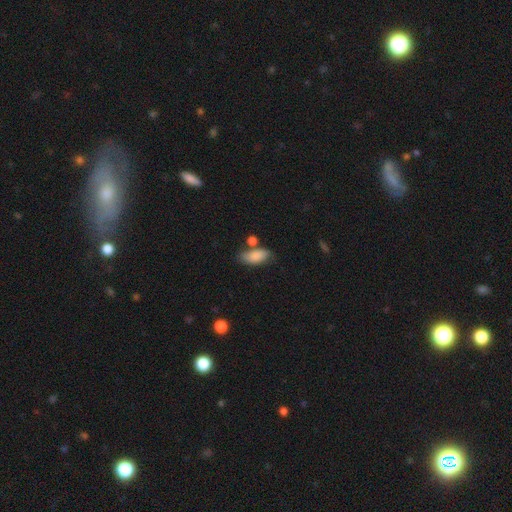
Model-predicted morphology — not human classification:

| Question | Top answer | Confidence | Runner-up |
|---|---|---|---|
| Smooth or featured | smooth | 85% | featured or disk (8%) |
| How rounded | in between | 89% | cigar-shaped (8%) |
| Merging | none | 58% | minor disturbance (20%) |